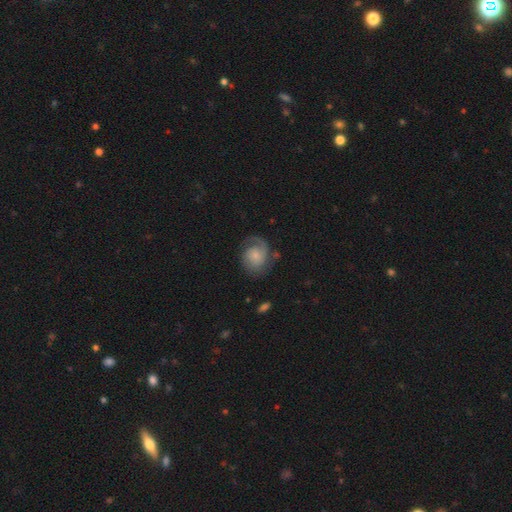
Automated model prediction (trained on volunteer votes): smooth_or_featured: featured or disk (p=0.70) [alt: smooth p=0.23]
disk_edge_on: no (p=0.98) [alt: yes p=0.02]
bar: no (p=0.72) [alt: weak p=0.24]
has_spiral_arms: yes (p=0.93) [alt: no p=0.07]
spiral_winding: medium (p=0.40) [alt: tight p=0.38]
spiral_arm_count: 2 (p=0.45) [alt: 1 p=0.41]
bulge_size: small (p=0.60) [alt: moderate p=0.22]
merging: none (p=0.63) [alt: minor disturbance p=0.19]